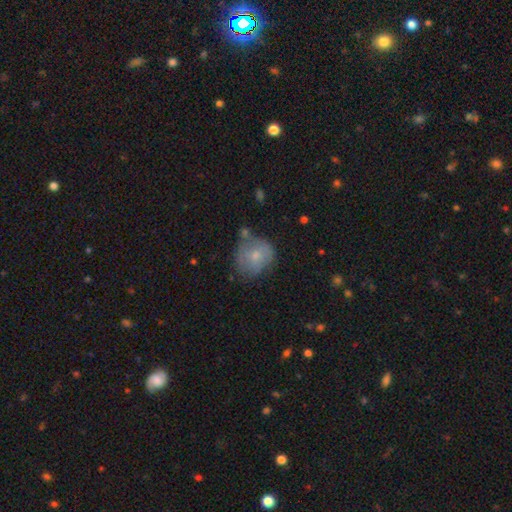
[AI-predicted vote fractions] This appears to be a smooth galaxy with no disk features (58%) that is round (75%). Merging: none (53%).